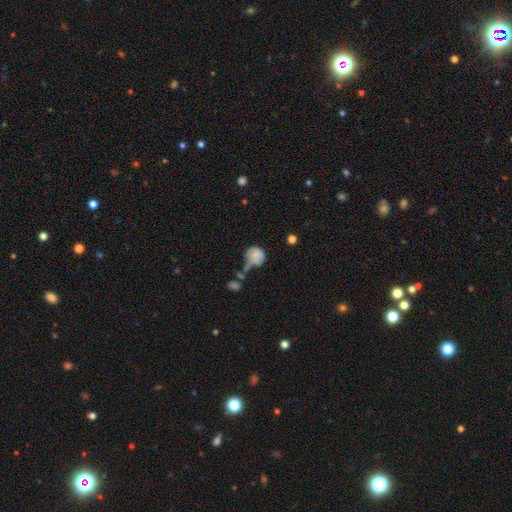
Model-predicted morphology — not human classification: A smooth galaxy with no disk features (70%) that is round (71%). Merging: none (28%).